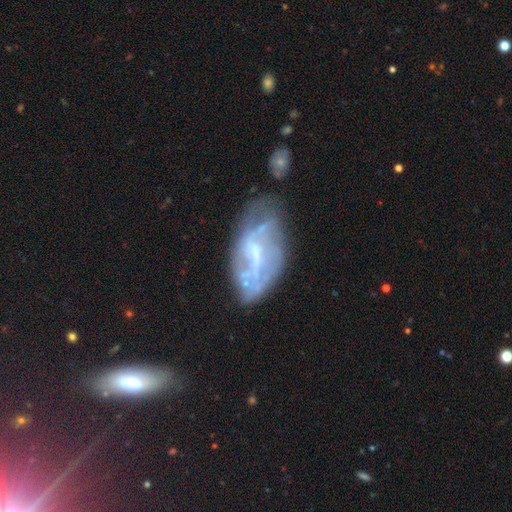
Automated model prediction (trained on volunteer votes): A featured or disk galaxy (67%) with a weak bar (43%, tied with no), spiral arms (58%) and a small central bulge (41%). Merging: none (48%).